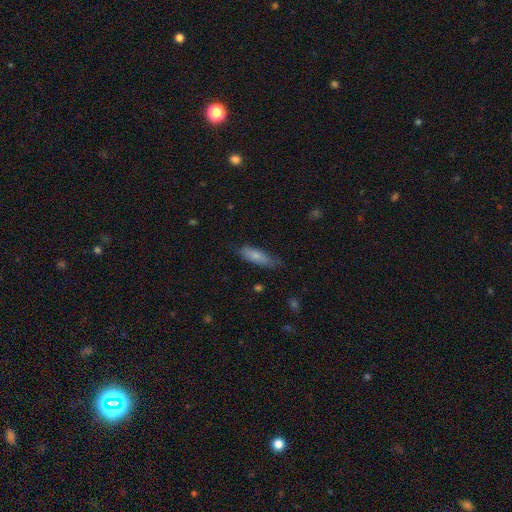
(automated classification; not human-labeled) Smooth or featured: smooth — 79% (featured or disk — 15%)
How rounded: in between — 50% (cigar-shaped — 48%)
Merging: none — 67% (minor disturbance — 26%)